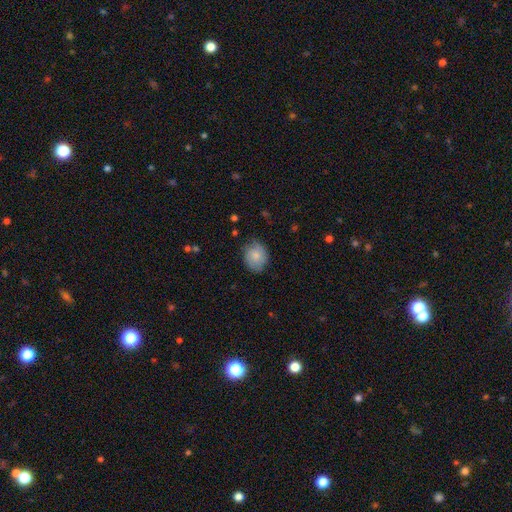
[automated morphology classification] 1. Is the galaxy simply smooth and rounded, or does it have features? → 73% smooth, 20% featured or disk, 7% star or artifact.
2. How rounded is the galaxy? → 55% round, 44% in between, 1% cigar-shaped.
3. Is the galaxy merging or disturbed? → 75% none, 20% minor disturbance, 4% major disturbance, 1% merger.